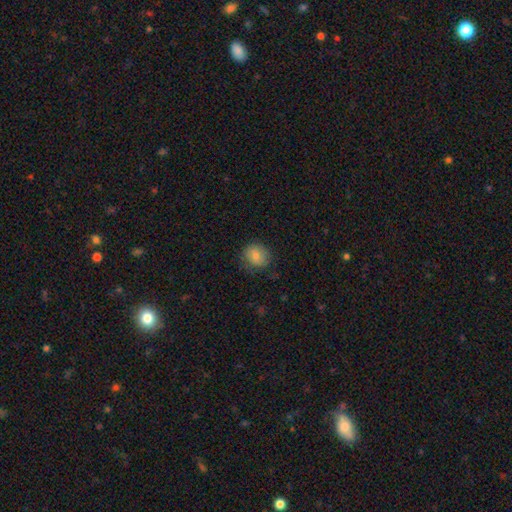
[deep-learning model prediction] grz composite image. It shows a smooth galaxy with no disk features (79%) that is round (77%). Merging: none (79%).